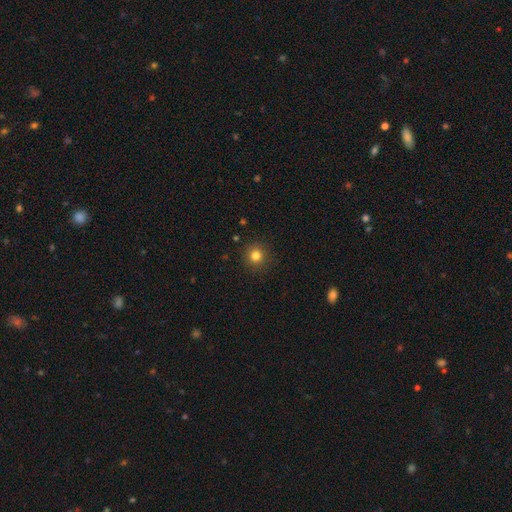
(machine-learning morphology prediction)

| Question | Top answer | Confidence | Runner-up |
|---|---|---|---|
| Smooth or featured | smooth | 82% | star or artifact (12%) |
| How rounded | round | 93% | in between (6%) |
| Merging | none | 90% | minor disturbance (6%) |